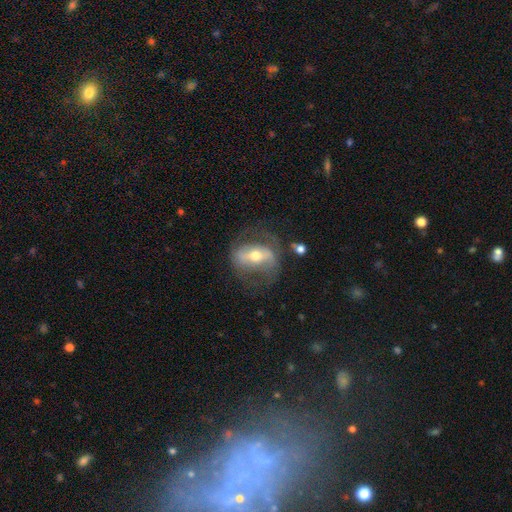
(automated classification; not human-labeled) This appears to be a featured or disk galaxy (71%) with a strong bar (57%), spiral arms (62%) and a moderate central bulge (66%). Merging: none (60%).